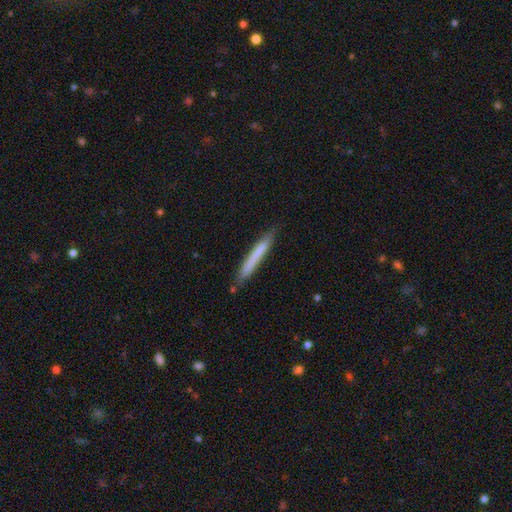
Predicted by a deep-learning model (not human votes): smooth 68%, featured or disk 26%, star or artifact 6%. Down the decision tree: how rounded — cigar-shaped (97%); merging — none (83%).